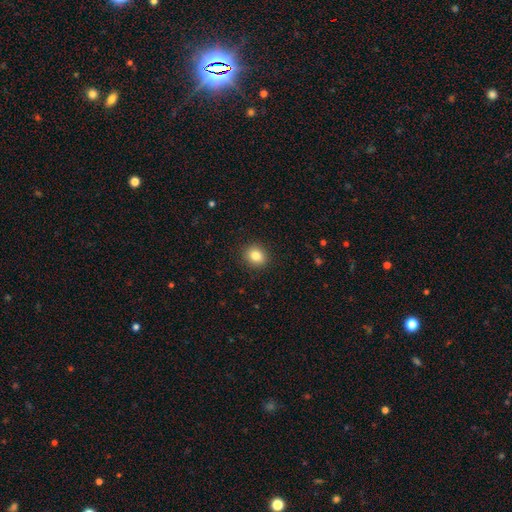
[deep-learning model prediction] Smooth or featured? Predicted: smooth (p=0.83). How rounded? Predicted: round (p=0.75). Merging? Predicted: none (p=0.90).